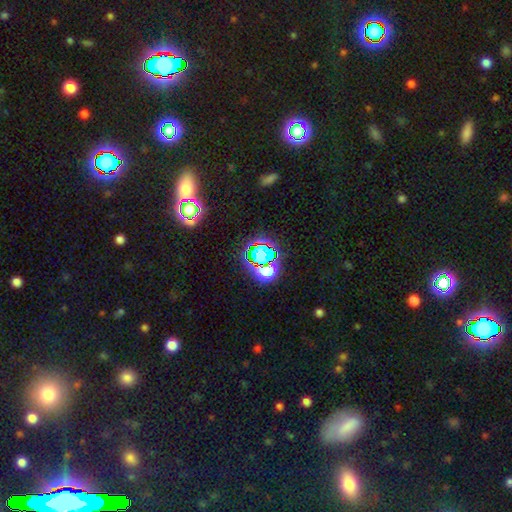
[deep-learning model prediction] The model was most divided on "smooth or featured": star or artifact: 65%, smooth: 24%, featured or disk: 11%.